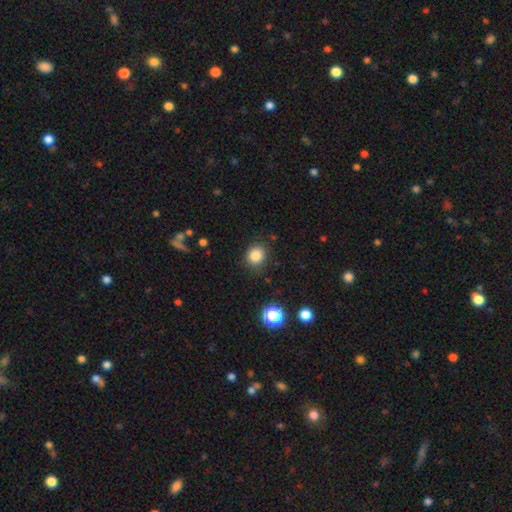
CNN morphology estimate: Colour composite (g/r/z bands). It shows a smooth galaxy with no disk features (83%) that is round (77%). Merging: none (86%).